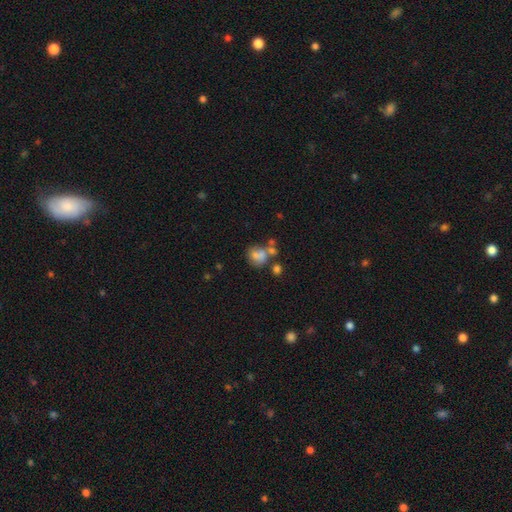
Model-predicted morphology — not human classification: The model was most divided on "merging": merger: 37%, none: 32%, minor disturbance: 17%, major disturbance: 14%. More confident: smooth or featured — smooth (65%); how rounded — round (56%).